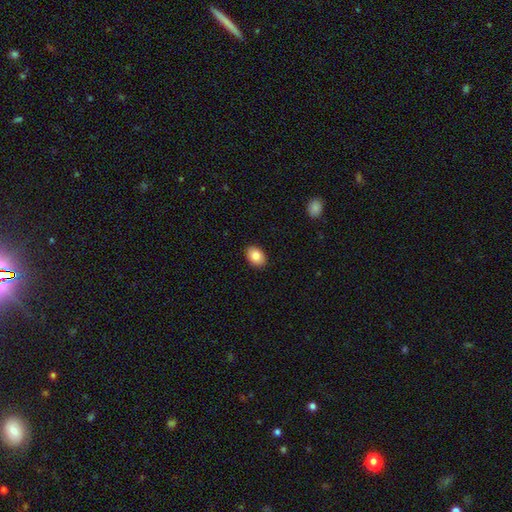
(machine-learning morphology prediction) A smooth galaxy with no disk features (85%) that is in between round and cigar-shaped (76%). Merging: none (90%).